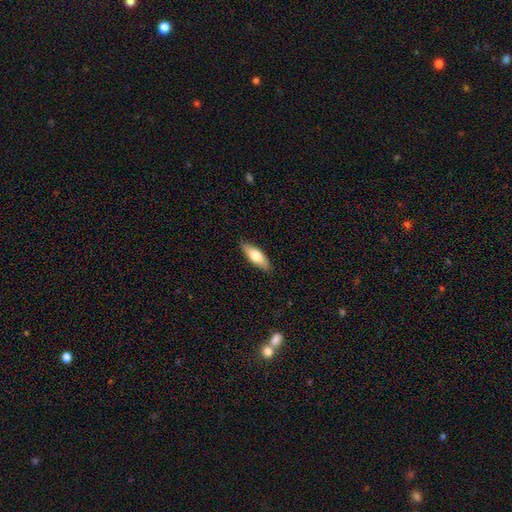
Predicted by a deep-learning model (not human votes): Smooth or featured: smooth — 71% (featured or disk — 24%)
How rounded: in between — 60% (cigar-shaped — 38%)
Merging: none — 88% (minor disturbance — 9%)